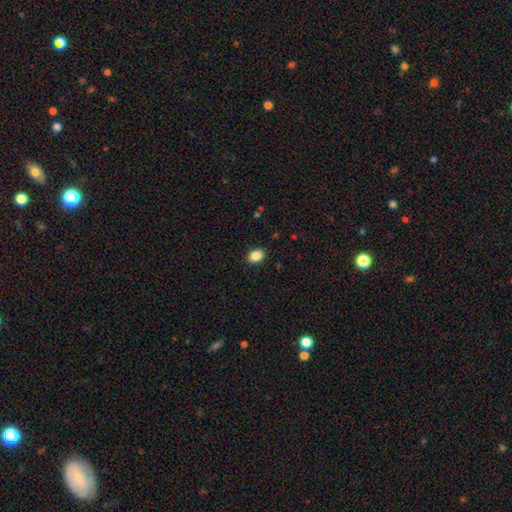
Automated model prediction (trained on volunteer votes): Q: Smooth or featured?
A: smooth (86%); runner-up: star or artifact (9%)
Q: How rounded?
A: in between (57%); runner-up: round (42%)
Q: Merging?
A: none (89%); runner-up: minor disturbance (8%)